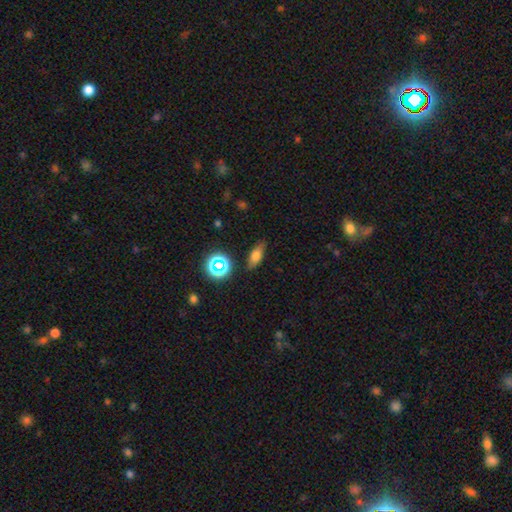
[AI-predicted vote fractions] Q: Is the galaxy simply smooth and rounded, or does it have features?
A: smooth — 66%.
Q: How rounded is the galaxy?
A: in between — 67%.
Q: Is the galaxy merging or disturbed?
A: none — 81%.